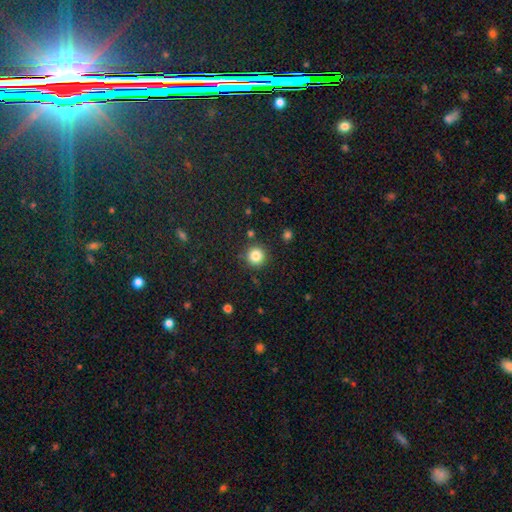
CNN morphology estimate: This appears to be a smooth galaxy with no disk features (84%) that is round (94%). Merging: none (88%).